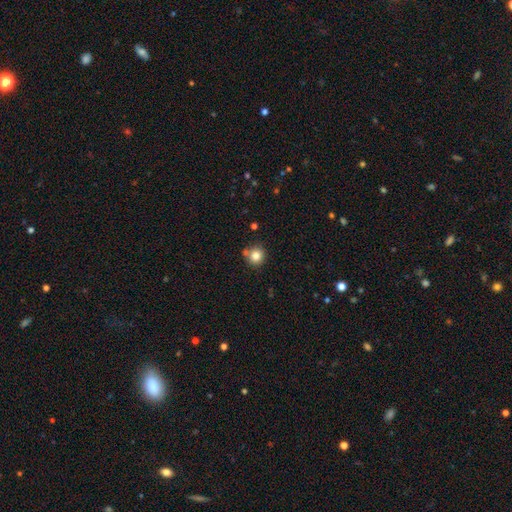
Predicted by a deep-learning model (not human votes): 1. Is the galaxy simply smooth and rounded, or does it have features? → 83% smooth, 11% star or artifact, 6% featured or disk.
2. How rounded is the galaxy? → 90% round, 9% in between, 1% cigar-shaped.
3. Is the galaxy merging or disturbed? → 72% none, 12% merger, 12% minor disturbance, 3% major disturbance.